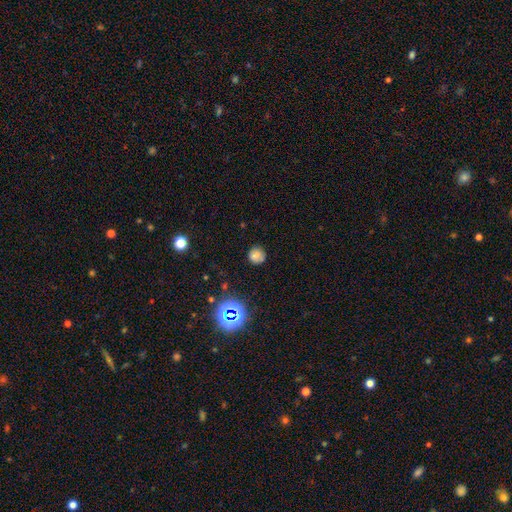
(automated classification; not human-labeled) smooth-or-featured: smooth: 72% | star or artifact: 18% | featured or disk: 9%
  how-rounded: round: 89% | in between: 10% | cigar-shaped: 1%
  merging: none: 79% | minor disturbance: 15% | major disturbance: 4% | merger: 2%